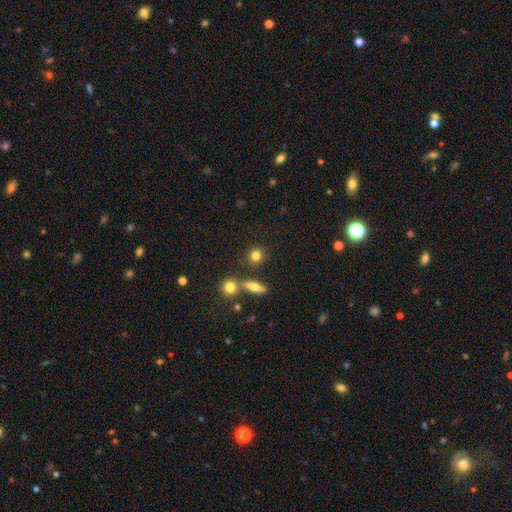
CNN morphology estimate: Smooth or featured? Predicted: smooth (p=0.80). How rounded? Predicted: round (p=0.84). Merging? Predicted: none (p=0.81).